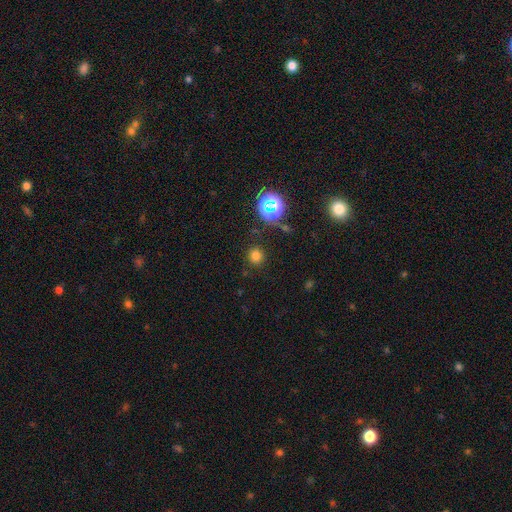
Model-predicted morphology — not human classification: Smooth or featured? smooth (71%)
How rounded? round (91%)
Merging? none (87%)